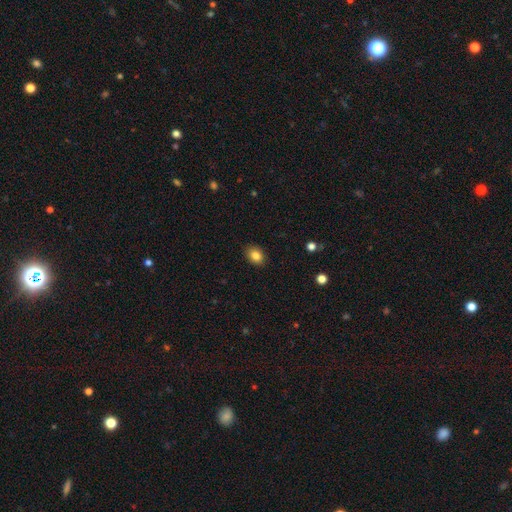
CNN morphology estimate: This appears to be a smooth galaxy with no disk features (85%) that is in between round and cigar-shaped (63%). Merging: none (88%).